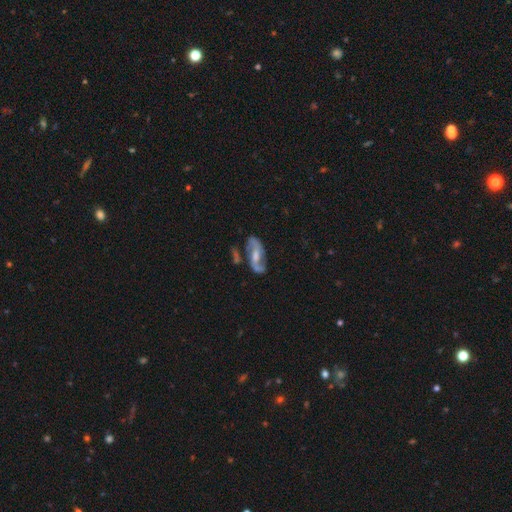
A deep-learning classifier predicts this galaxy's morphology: This appears to be a featured or disk galaxy (79%) with a weak bar (44%), 2 (88%) loose (44%) spiral arms (90%) and a moderate central bulge (53%). Merging: none (59%).